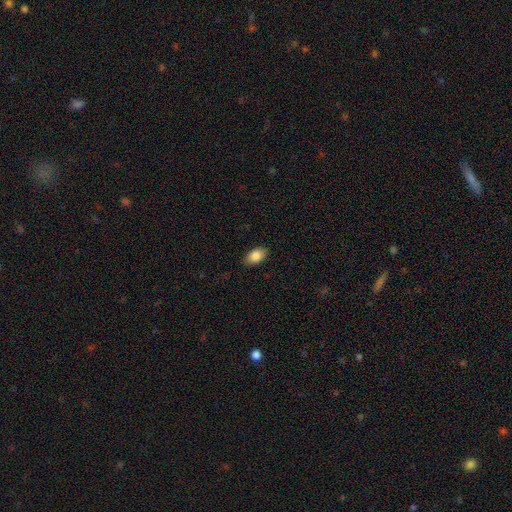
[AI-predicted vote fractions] This is clearly a smooth galaxy (85%). How rounded: clearly in between (92%). Merging: clearly none (87%).